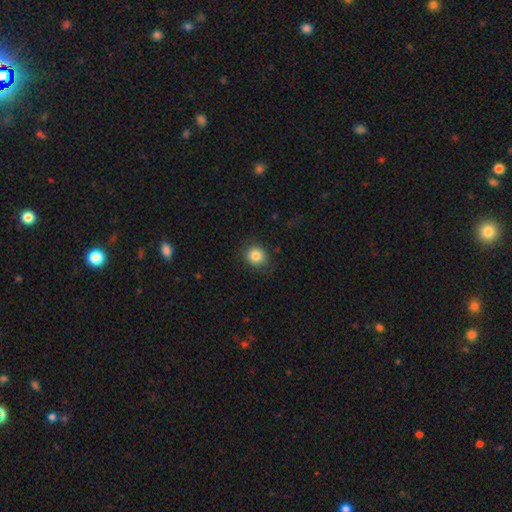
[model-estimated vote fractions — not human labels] Smooth or featured?
  - smooth: 84% *
  - star or artifact: 10%
  - featured or disk: 6%
How rounded?
  - round: 80% *
  - in between: 19%
  - cigar-shaped: 1%
Merging?
  - none: 84% *
  - minor disturbance: 12%
  - major disturbance: 4%
  - merger: 1%